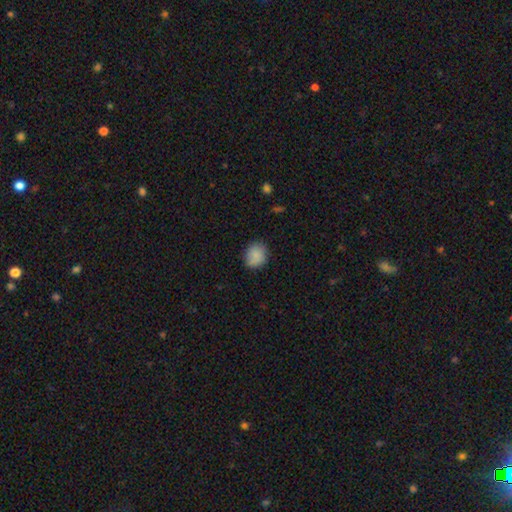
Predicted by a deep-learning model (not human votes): Morphology: type=smooth (84%); roundness=round (71%); merging=none (78%).